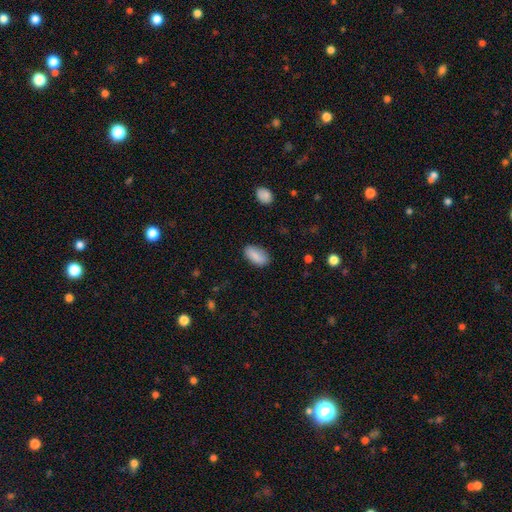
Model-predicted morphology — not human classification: This is clearly a smooth galaxy (86%). How rounded: clearly in between (93%). Merging: clearly none (83%).